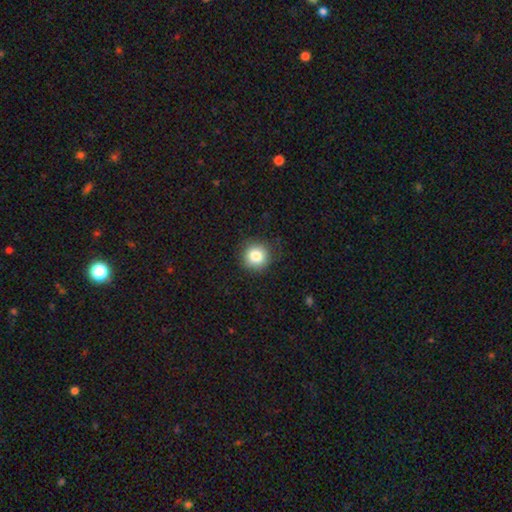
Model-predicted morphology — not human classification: This is clearly a smooth galaxy (84%). How rounded: clearly round (93%). Merging: clearly none (87%).